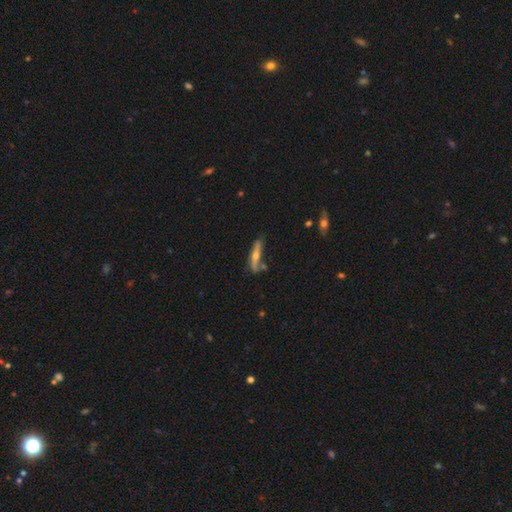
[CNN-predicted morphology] smooth_or_featured: featured or disk (p=0.55) [alt: smooth p=0.35]
disk_edge_on: yes (p=0.80) [alt: no p=0.20]
merging: none (p=0.56) [alt: minor disturbance p=0.25]